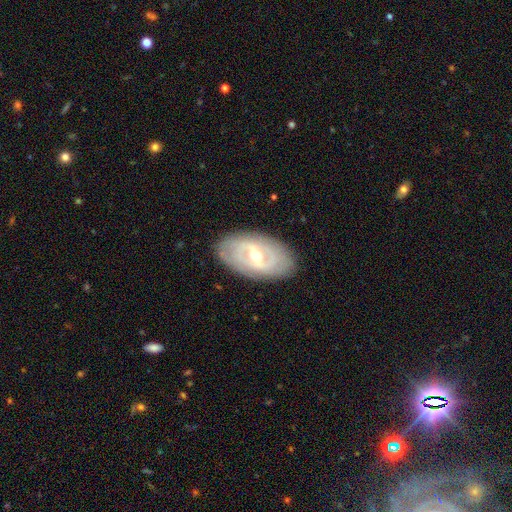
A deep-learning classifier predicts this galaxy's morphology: A featured or disk galaxy (78%) with a weak bar (47%), 2 (53%) tight (55%) spiral arms (78%) and a moderate central bulge (65%). Merging: none (85%).